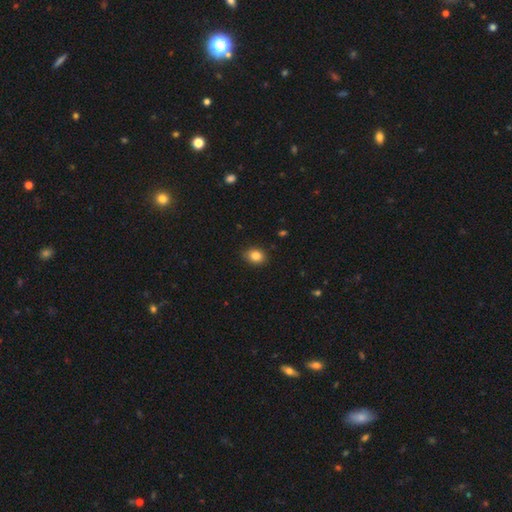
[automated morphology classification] type=smooth (85%); roundness=in between (55%); merging=none (88%).